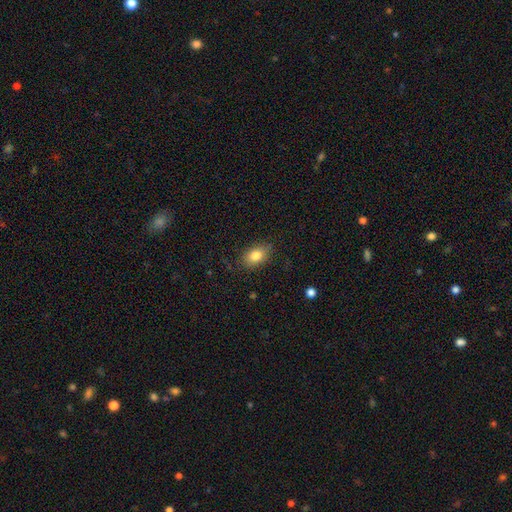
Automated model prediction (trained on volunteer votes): This appears to be a smooth galaxy with no disk features (82%) that is in between round and cigar-shaped (82%). Merging: none (83%).